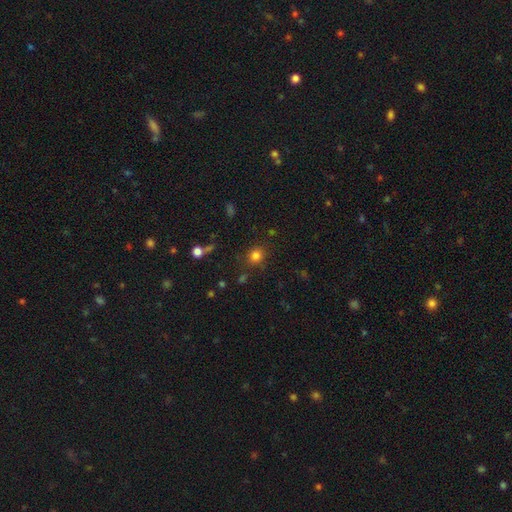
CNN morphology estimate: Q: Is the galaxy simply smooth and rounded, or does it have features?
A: smooth — 81%.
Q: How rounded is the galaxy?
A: round — 81%.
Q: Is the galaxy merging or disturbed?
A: none — 82%.